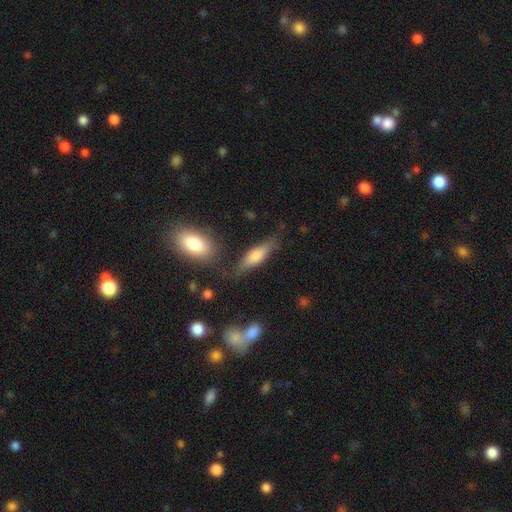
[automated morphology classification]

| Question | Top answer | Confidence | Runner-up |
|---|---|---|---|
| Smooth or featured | smooth | 62% | featured or disk (31%) |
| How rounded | cigar-shaped | 52% | in between (45%) |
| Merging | none | 71% | minor disturbance (18%) |